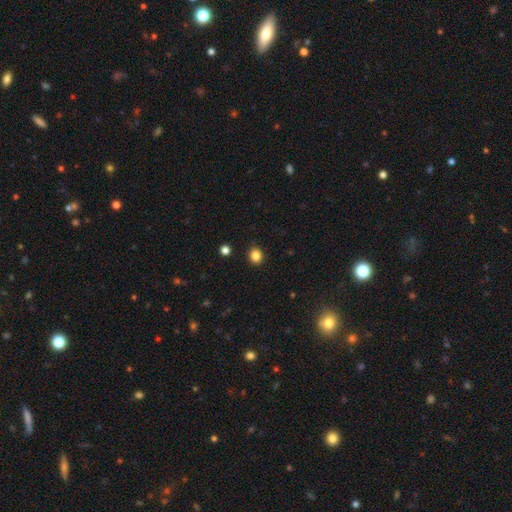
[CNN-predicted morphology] type=smooth (84%); roundness=round (79%); merging=none (91%).